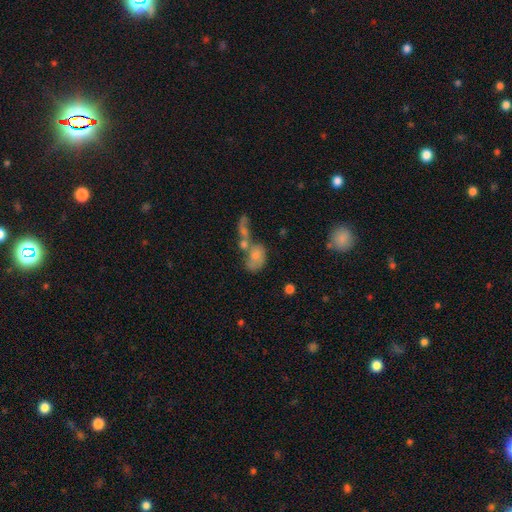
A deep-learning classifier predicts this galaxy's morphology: Q: Smooth or featured?
A: smooth (62%); runner-up: featured or disk (27%)
Q: How rounded?
A: in between (80%); runner-up: round (17%)
Q: Merging?
A: merger (55%); runner-up: none (19%)